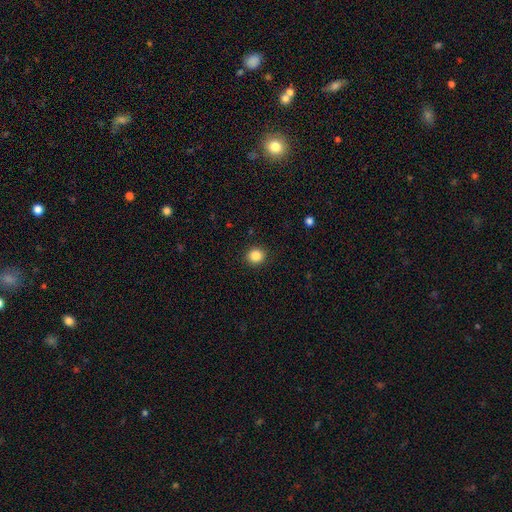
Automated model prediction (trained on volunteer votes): Smooth or featured? smooth (86%)
How rounded? round (85%)
Merging? none (91%)